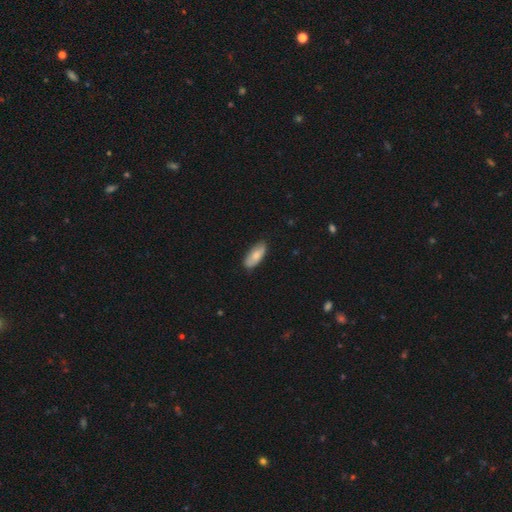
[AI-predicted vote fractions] Overall: smooth (78%). How rounded: in between (81%). Merging: none (82%).